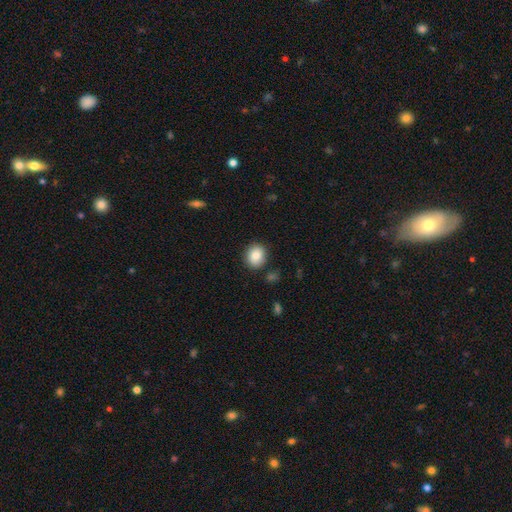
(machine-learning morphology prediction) A smooth galaxy with no disk features (85%) that is round (68%). Merging: none (86%).